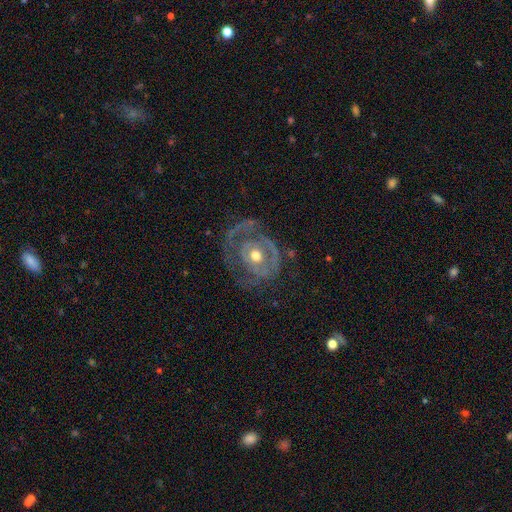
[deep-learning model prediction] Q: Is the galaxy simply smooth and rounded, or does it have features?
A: featured or disk — 75%.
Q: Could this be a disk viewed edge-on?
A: no — 96%.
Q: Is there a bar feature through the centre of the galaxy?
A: no — 77%.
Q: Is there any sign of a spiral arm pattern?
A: yes — 62%.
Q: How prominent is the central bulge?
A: moderate — 75%.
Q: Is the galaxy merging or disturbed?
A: none — 44%.